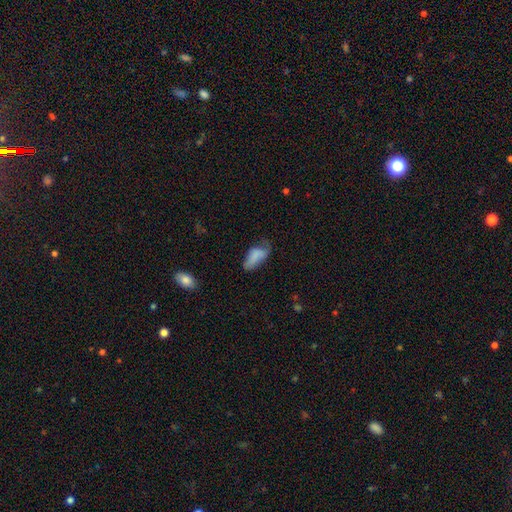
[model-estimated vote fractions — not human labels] Overall: smooth (74%). How rounded: in between (89%). Merging: minor disturbance (35%; none 31%).